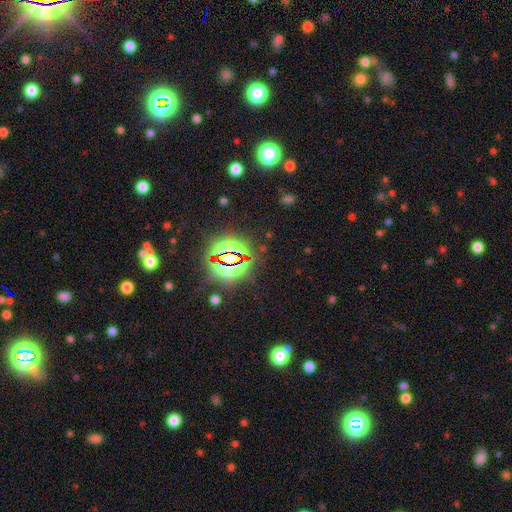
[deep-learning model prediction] A star or artifact, not a galaxy (82%).

Vote fractions:
- Smooth or featured? star or artifact: 82% / smooth: 11% / featured or disk: 7%